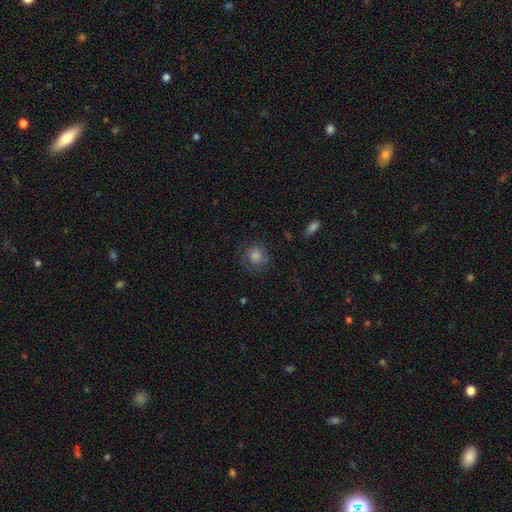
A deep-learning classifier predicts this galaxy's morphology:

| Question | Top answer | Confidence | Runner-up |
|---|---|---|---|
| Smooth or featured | smooth | 58% | featured or disk (28%) |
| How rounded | round | 82% | in between (17%) |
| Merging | none | 70% | minor disturbance (18%) |